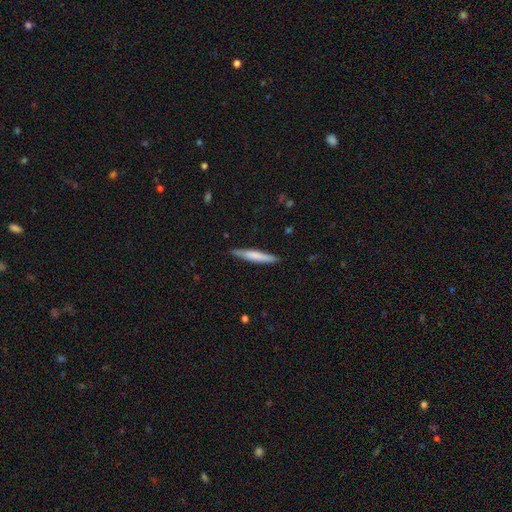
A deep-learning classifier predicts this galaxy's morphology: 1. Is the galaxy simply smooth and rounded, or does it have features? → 69% smooth, 25% featured or disk, 5% star or artifact.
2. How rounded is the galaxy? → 92% cigar-shaped, 6% in between, 1% round.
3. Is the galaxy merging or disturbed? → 86% none, 11% minor disturbance, 2% major disturbance, 1% merger.